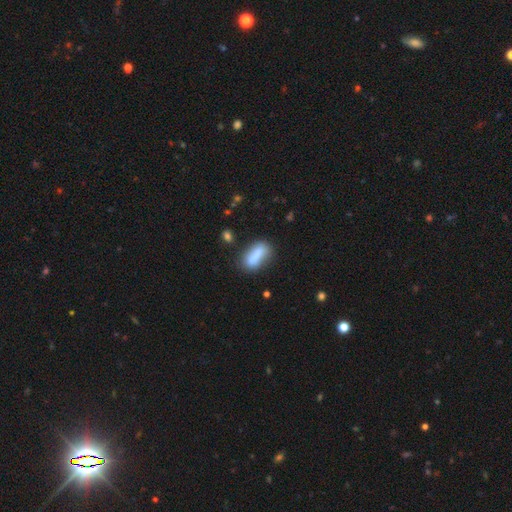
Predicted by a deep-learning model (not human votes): Smooth or featured: smooth — 79% (featured or disk — 13%)
How rounded: in between — 67% (cigar-shaped — 29%)
Merging: none — 65% (minor disturbance — 19%)